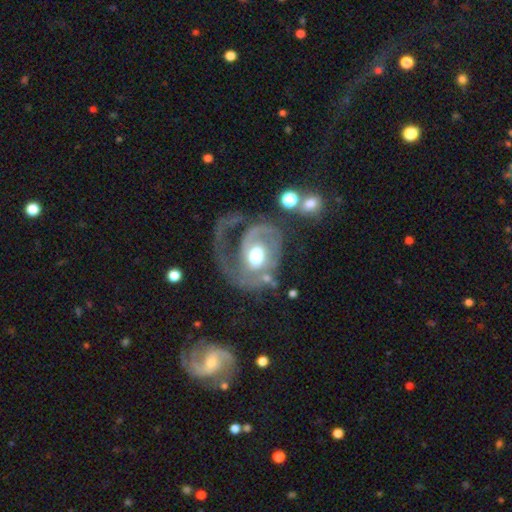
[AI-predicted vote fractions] Smooth or featured? featured or disk (81%)
Edge-on disk? no (97%)
Bar? no (62%)
Spiral arms? yes (88%)
Spiral winding? medium (40%)
Spiral arm count? 1 (53%)
Bulge size? moderate (59%)
Merging? major disturbance (45%)